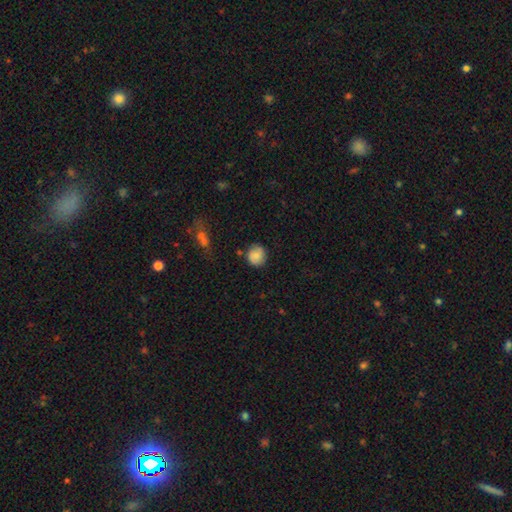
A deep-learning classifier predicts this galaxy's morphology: smooth 76%, featured or disk 15%, star or artifact 8%. Down the decision tree: how rounded — round (85%); merging — none (78%).